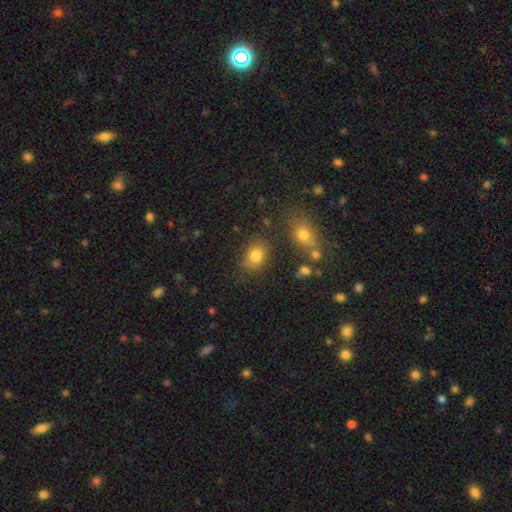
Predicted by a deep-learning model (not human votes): Smooth or featured?
  - smooth: 80% *
  - star or artifact: 13%
  - featured or disk: 8%
How rounded?
  - in between: 62% *
  - round: 36%
  - cigar-shaped: 1%
Merging?
  - none: 72% *
  - minor disturbance: 17%
  - merger: 6%
  - major disturbance: 5%